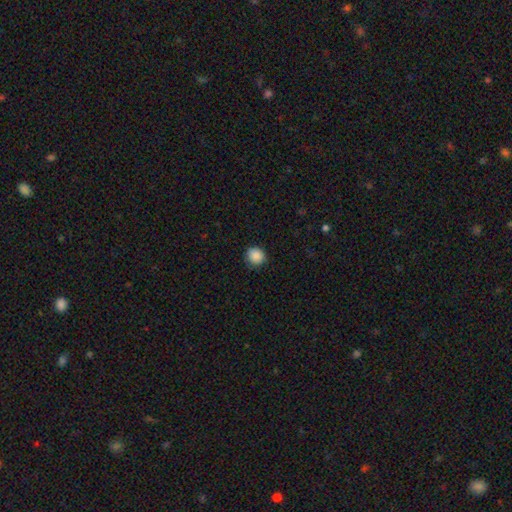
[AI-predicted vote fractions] Smooth or featured: smooth — 88% (star or artifact — 9%)
How rounded: round — 87% (in between — 12%)
Merging: none — 88% (minor disturbance — 9%)